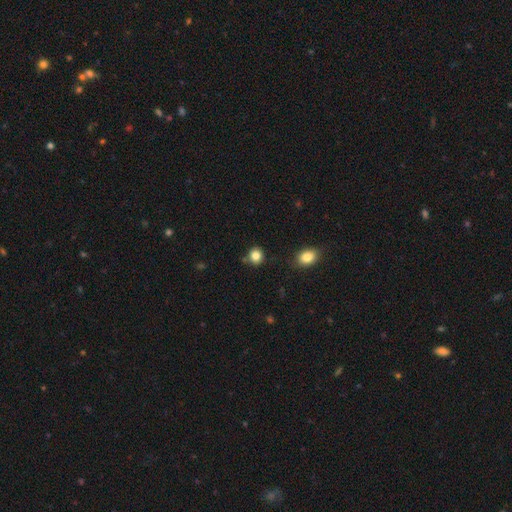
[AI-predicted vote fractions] A smooth galaxy with no disk features (83%) that is round (83%).

Vote fractions:
- Smooth or featured? smooth: 83% / star or artifact: 11% / featured or disk: 6%
- How rounded? round: 83% / in between: 16% / cigar-shaped: 1%
- Merging? none: 81% / minor disturbance: 10% / merger: 6% / major disturbance: 3%